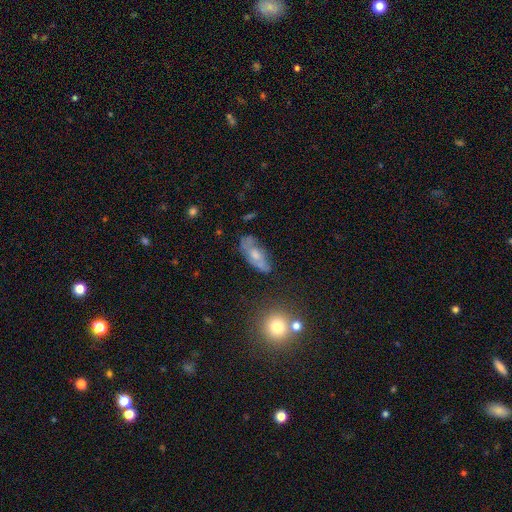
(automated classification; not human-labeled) Smooth or featured: featured or disk — 46% (smooth — 44%)
Merging: none — 56% (minor disturbance — 26%)